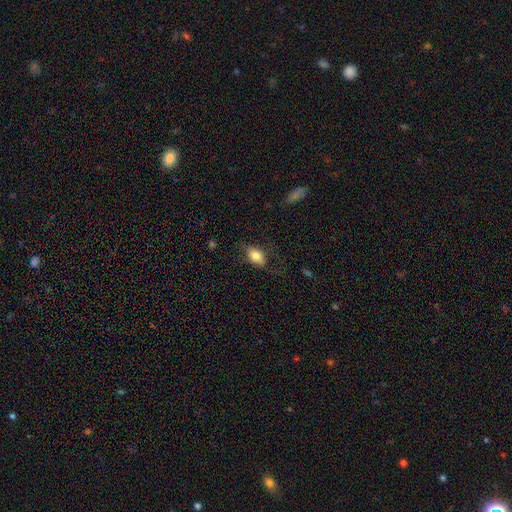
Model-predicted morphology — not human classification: The model was most divided on "merging": none: 64%, minor disturbance: 22%, major disturbance: 12%, merger: 1%. More confident: how rounded — in between (85%); smooth or featured — smooth (79%).